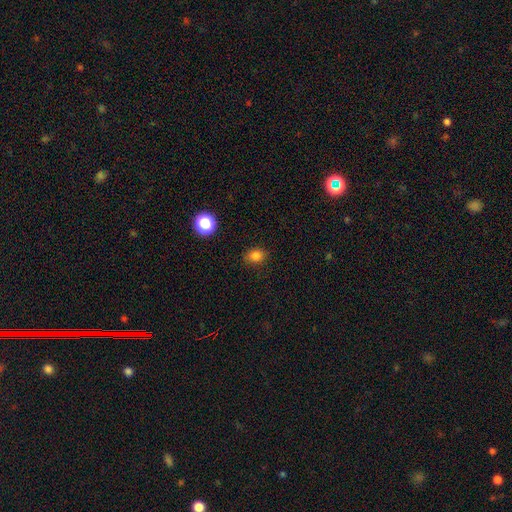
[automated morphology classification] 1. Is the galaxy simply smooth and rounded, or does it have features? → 81% smooth, 14% star or artifact, 5% featured or disk.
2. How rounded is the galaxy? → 51% round, 48% in between, 1% cigar-shaped.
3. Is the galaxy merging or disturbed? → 85% none, 11% minor disturbance, 3% major disturbance, 1% merger.